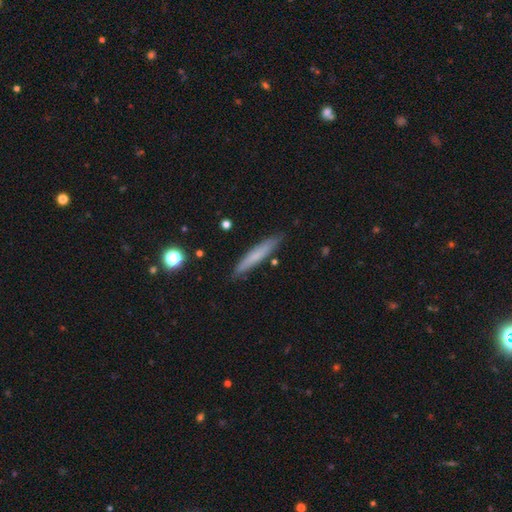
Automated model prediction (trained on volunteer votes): Smooth or featured? smooth (67%)
How rounded? cigar-shaped (93%)
Merging? none (87%)